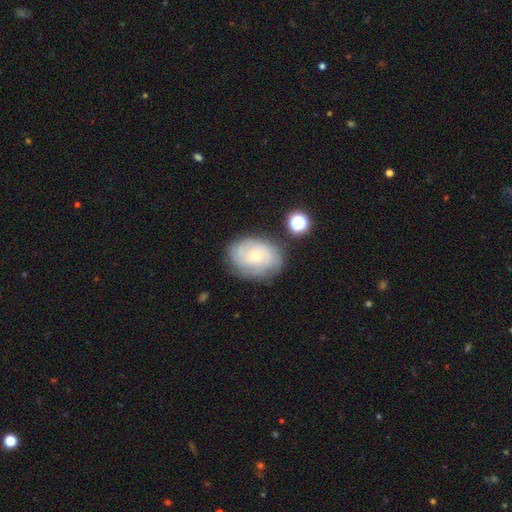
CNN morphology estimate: Smooth or featured: featured or disk — 66% (smooth — 25%)
Edge-on disk: no — 97% (yes — 3%)
Bar: no — 80% (weak — 18%)
Spiral arms: yes — 86% (no — 14%)
Spiral winding: tight — 65% (medium — 27%)
Spiral arm count: can't tell — 46% (3 — 18%)
Bulge size: small — 70% (moderate — 26%)
Merging: none — 74% (minor disturbance — 17%)